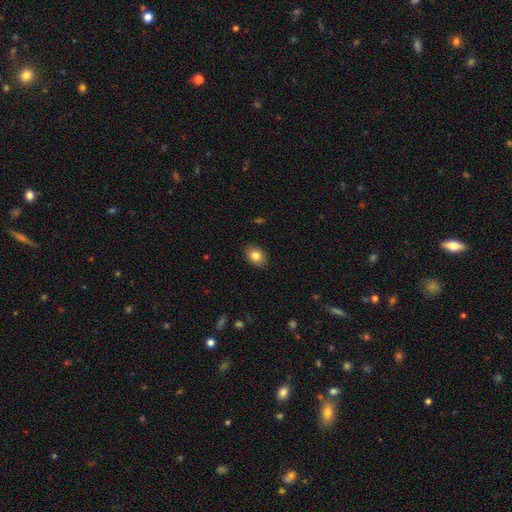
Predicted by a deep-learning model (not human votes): smooth-or-featured: smooth: 83% | star or artifact: 9% | featured or disk: 8%
  how-rounded: in between: 66% | round: 33% | cigar-shaped: 1%
  merging: none: 88% | minor disturbance: 9% | major disturbance: 2% | merger: 1%